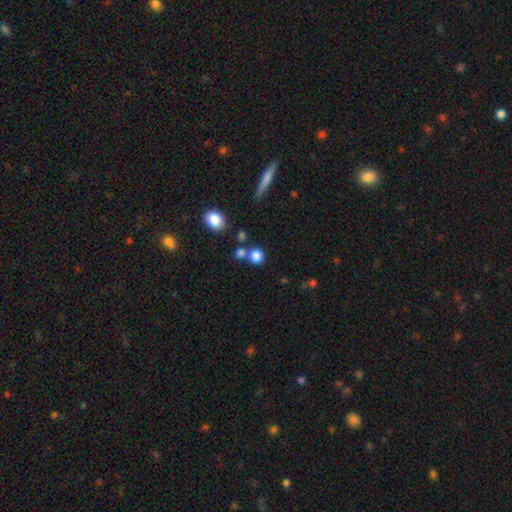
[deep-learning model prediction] Smooth or featured? smooth (82%)
How rounded? round (86%)
Merging? none (62%)